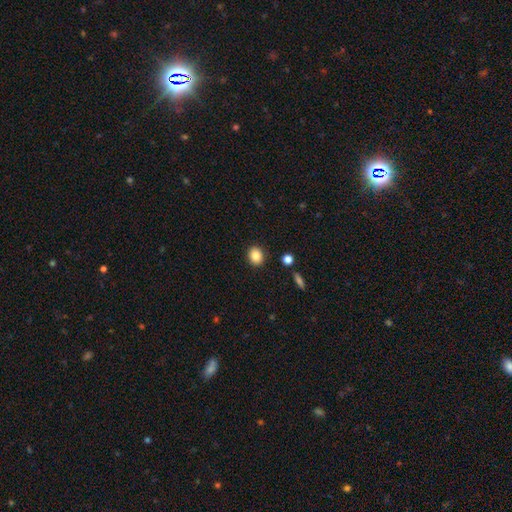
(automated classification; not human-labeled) smooth_or_featured: smooth (p=0.86) [alt: star or artifact p=0.09]
how_rounded: round (p=0.63) [alt: in between p=0.36]
merging: none (p=0.89) [alt: minor disturbance p=0.07]